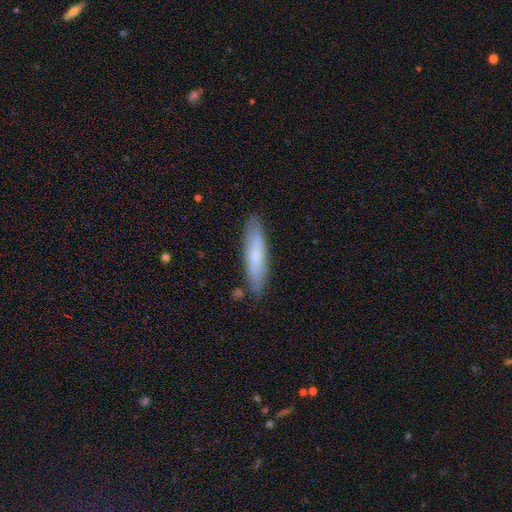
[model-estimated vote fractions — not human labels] Q: Smooth or featured?
A: smooth (64%); runner-up: featured or disk (30%)
Q: How rounded?
A: cigar-shaped (80%); runner-up: in between (19%)
Q: Merging?
A: none (84%); runner-up: minor disturbance (12%)